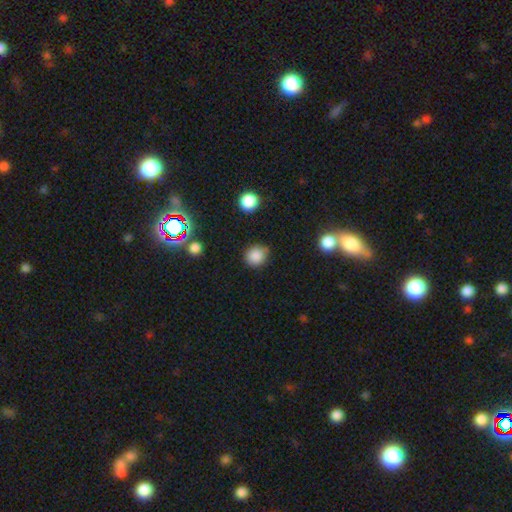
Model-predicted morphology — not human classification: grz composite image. It shows a smooth galaxy with no disk features (85%) that is round (81%). Merging: none (76%).